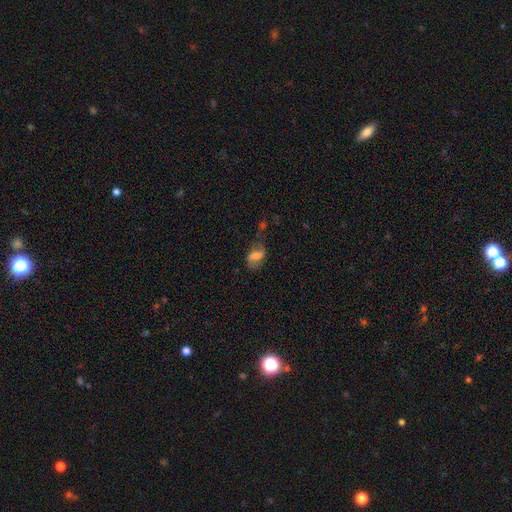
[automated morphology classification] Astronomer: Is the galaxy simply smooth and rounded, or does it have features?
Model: featured or disk — 54% (runner-up: smooth, 36%).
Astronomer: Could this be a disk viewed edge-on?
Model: no — 96%.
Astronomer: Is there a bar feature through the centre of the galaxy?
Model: weak — 45% (runner-up: strong, 32%).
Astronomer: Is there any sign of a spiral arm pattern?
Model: yes — 82%.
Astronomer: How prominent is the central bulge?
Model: moderate — 38% (runner-up: small, 26%).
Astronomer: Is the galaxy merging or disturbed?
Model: none — 58%.